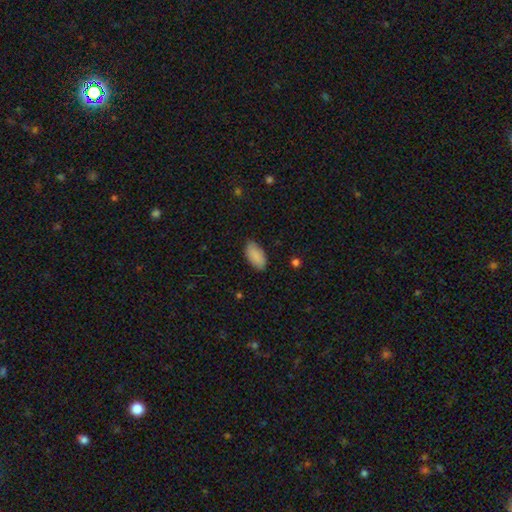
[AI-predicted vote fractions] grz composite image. It shows a smooth galaxy with no disk features (88%) that is in between round and cigar-shaped (94%). Merging: none (83%).